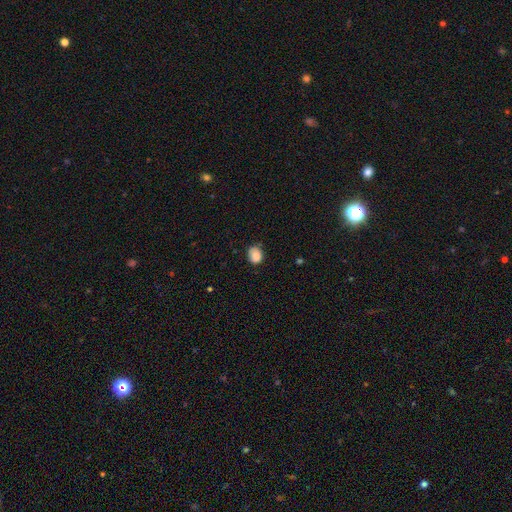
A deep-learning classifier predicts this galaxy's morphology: A smooth galaxy with no disk features (86%) that is in between round and cigar-shaped (53%). Merging: none (67%).